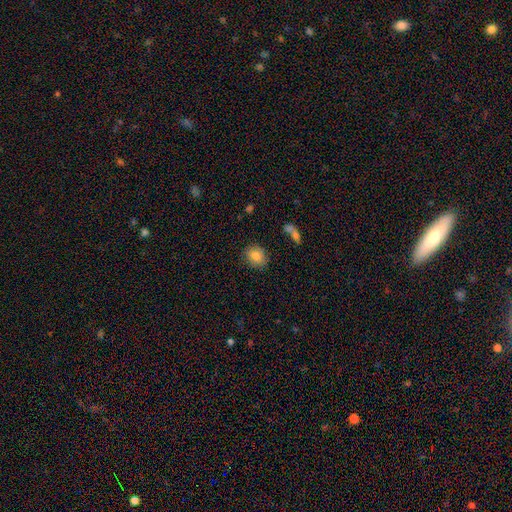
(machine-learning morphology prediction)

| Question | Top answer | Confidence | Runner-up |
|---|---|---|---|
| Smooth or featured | smooth | 84% | star or artifact (8%) |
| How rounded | round | 57% | in between (42%) |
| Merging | none | 83% | minor disturbance (12%) |